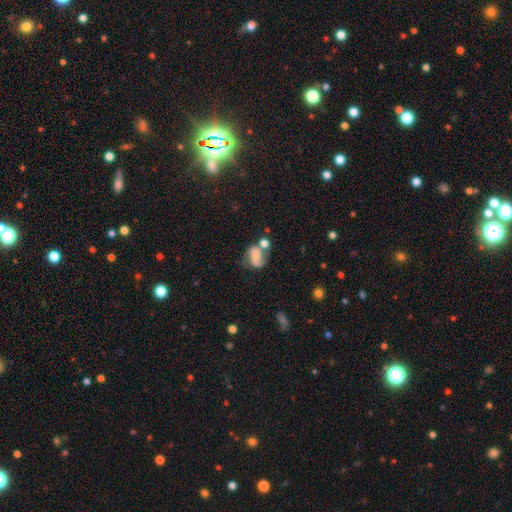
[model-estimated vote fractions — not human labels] smooth-or-featured: featured or disk: 48% | smooth: 41% | star or artifact: 11%
  merging: none: 36% | merger: 28% | minor disturbance: 20% | major disturbance: 16%